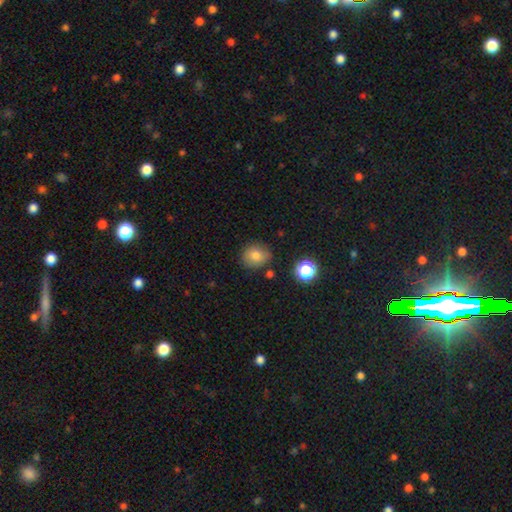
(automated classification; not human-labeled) A smooth galaxy with no disk features (79%) that is round (74%). Merging: none (77%).